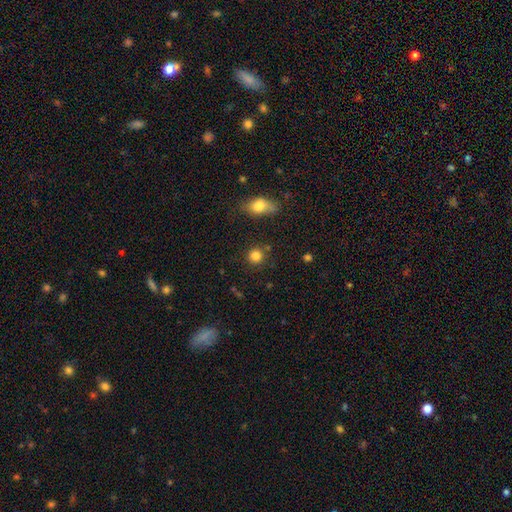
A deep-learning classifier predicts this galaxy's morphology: type=smooth (84%); roundness=round (90%); merging=none (85%).